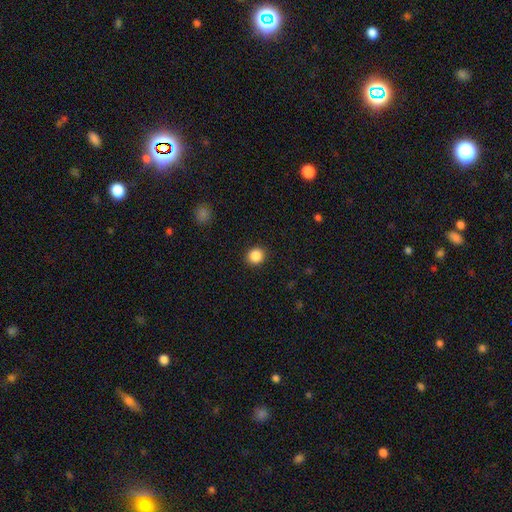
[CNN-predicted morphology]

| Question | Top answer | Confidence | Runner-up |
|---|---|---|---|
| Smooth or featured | smooth | 87% | star or artifact (10%) |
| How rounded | round | 87% | in between (12%) |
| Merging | none | 91% | minor disturbance (6%) |